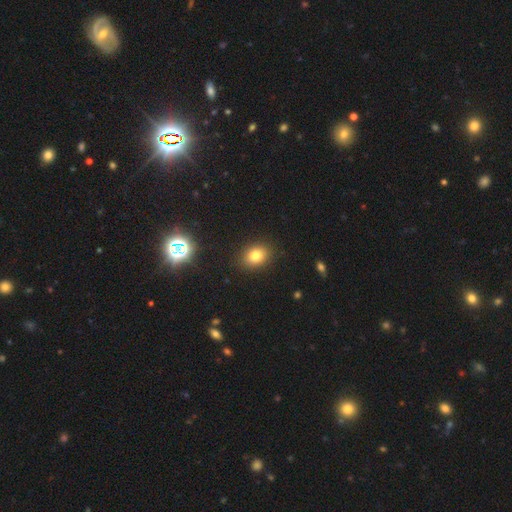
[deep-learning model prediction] Smooth or featured: smooth — 77% (star or artifact — 14%)
How rounded: in between — 56% (round — 43%)
Merging: none — 87% (minor disturbance — 9%)